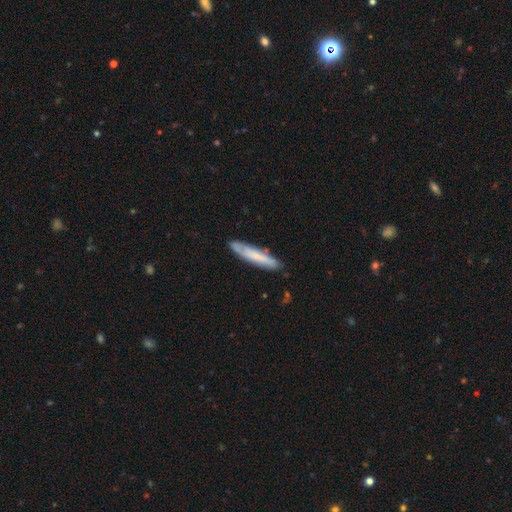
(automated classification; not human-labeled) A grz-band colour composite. It shows a smooth galaxy with no disk features (60%) that is cigar-shaped (89%). Merging: none (81%).